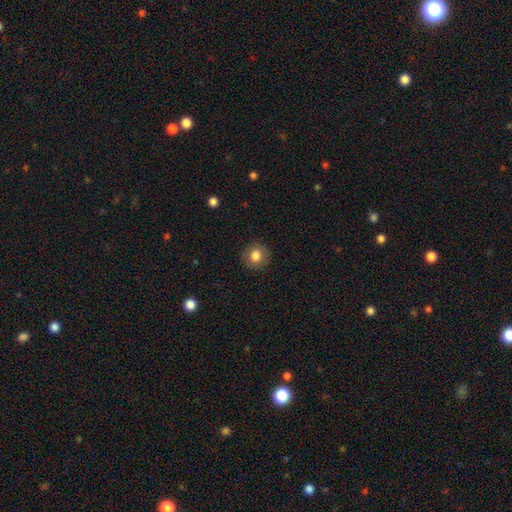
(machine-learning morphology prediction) Overall: smooth (82%). How rounded: round (88%). Merging: none (90%).